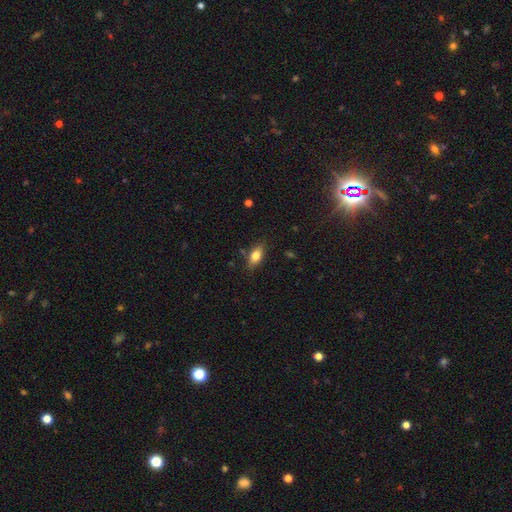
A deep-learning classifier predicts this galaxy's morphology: This appears to be a smooth galaxy with no disk features (78%) that is in between round and cigar-shaped (85%). Merging: none (82%).